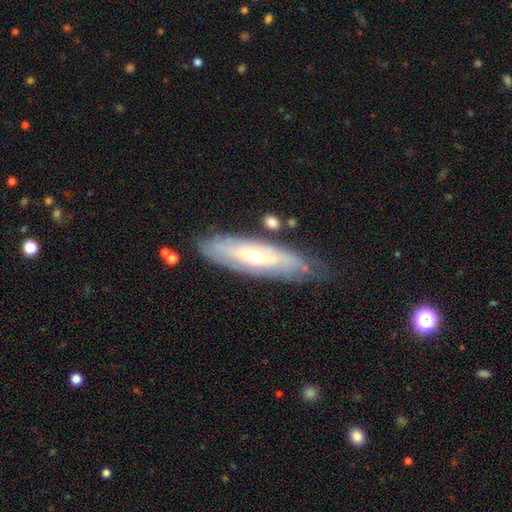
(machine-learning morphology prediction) A featured or disk galaxy (68%).

Vote fractions:
- Smooth or featured? featured or disk: 68% / smooth: 26% / star or artifact: 7%
- Edge-on disk? no: 65% / yes: 35%
- Merging? none: 72% / minor disturbance: 19% / major disturbance: 6% / merger: 3%